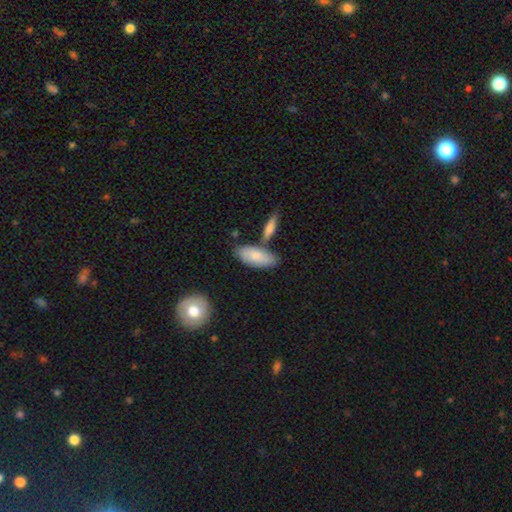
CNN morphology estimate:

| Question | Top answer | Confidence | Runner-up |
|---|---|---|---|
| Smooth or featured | smooth | 75% | featured or disk (19%) |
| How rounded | in between | 85% | cigar-shaped (13%) |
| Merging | none | 62% | merger (18%) |